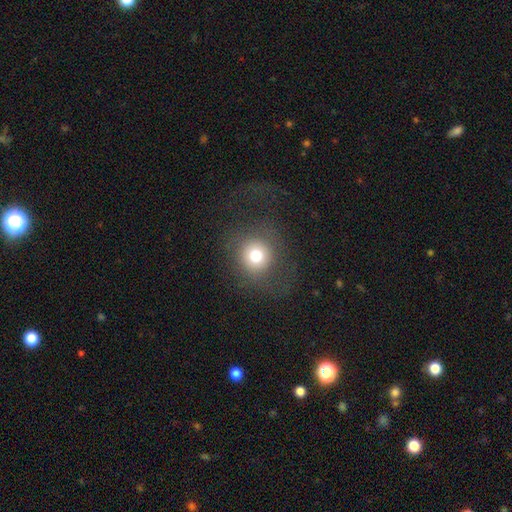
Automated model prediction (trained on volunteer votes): smooth-or-featured: smooth: 73% | star or artifact: 14% | featured or disk: 13%
  how-rounded: round: 90% | in between: 9% | cigar-shaped: 1%
  merging: none: 73% | major disturbance: 14% | minor disturbance: 11% | merger: 1%